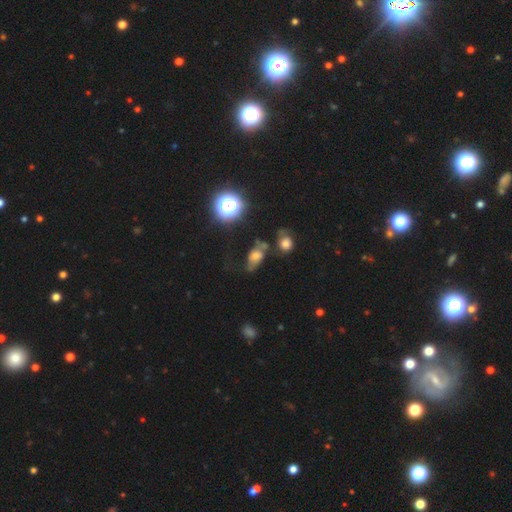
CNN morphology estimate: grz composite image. It shows a smooth galaxy with no disk features (54%) that is in between round and cigar-shaped (77%). Merging: none (37%).